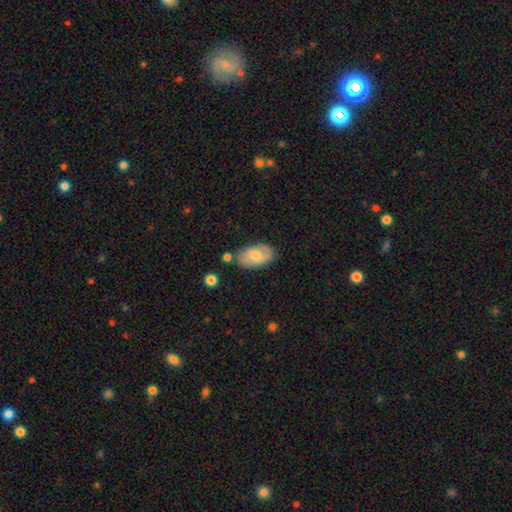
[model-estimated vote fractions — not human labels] A smooth galaxy with no disk features (55%) that is in between round and cigar-shaped (93%). Merging: none (70%).